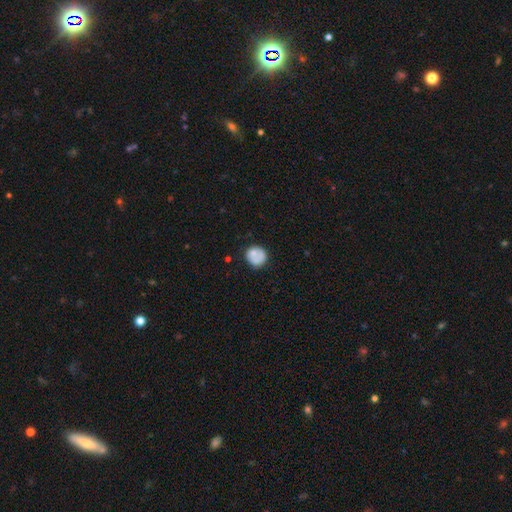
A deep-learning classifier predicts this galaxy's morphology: smooth-or-featured: smooth: 73% | featured or disk: 19% | star or artifact: 8%
  how-rounded: round: 87% | in between: 12% | cigar-shaped: 1%
  merging: none: 69% | minor disturbance: 18% | major disturbance: 7% | merger: 6%